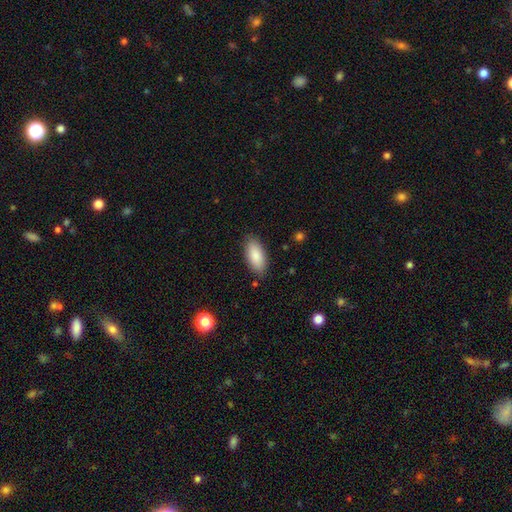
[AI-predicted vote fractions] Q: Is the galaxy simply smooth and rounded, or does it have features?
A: smooth — 87%.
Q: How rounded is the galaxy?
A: in between — 89%.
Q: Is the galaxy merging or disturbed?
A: none — 84%.